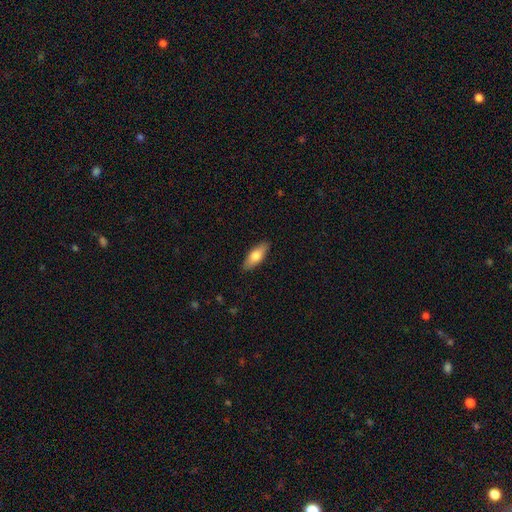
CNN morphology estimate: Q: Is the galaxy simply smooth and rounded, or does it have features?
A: smooth — 72%.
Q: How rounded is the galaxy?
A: in between — 71%.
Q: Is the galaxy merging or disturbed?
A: none — 88%.